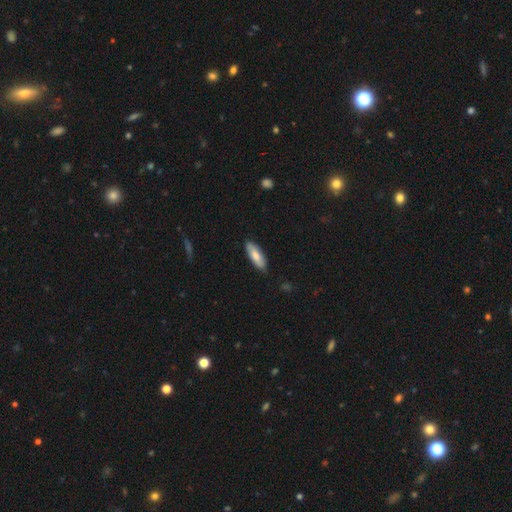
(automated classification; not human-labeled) smooth 76%, featured or disk 19%, star or artifact 5%. Down the decision tree: how rounded — in between (65%); merging — none (84%).